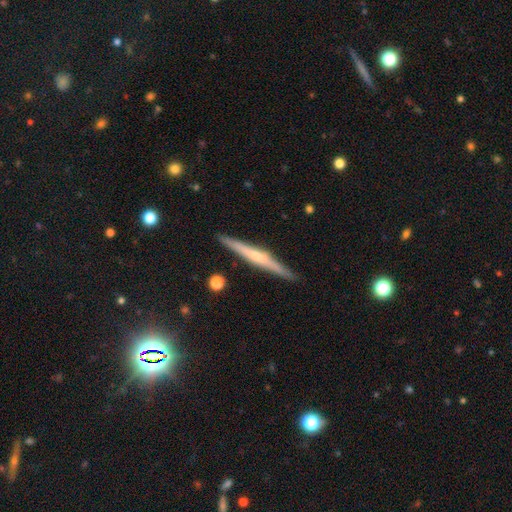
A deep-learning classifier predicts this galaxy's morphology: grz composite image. It shows a featured or disk galaxy (66%) viewed edge-on (98%) with a rounded central bulge (57%). Merging: none (90%).